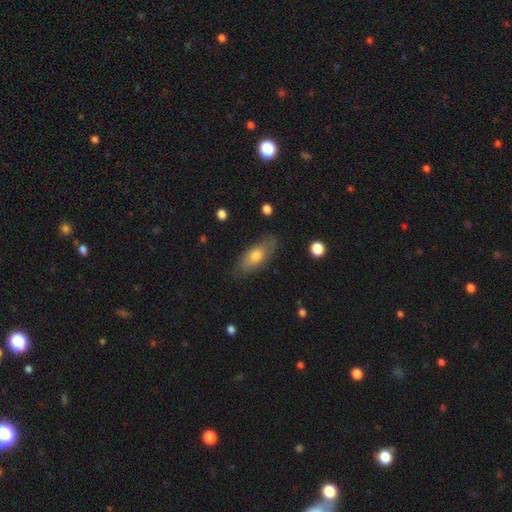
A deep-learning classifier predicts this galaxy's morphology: A smooth galaxy with no disk features (64%) that is in between round and cigar-shaped (79%).

Vote fractions:
- Smooth or featured? smooth: 64% / featured or disk: 30% / star or artifact: 6%
- How rounded? in between: 79% / cigar-shaped: 18% / round: 4%
- Merging? none: 78% / minor disturbance: 16% / major disturbance: 4% / merger: 1%